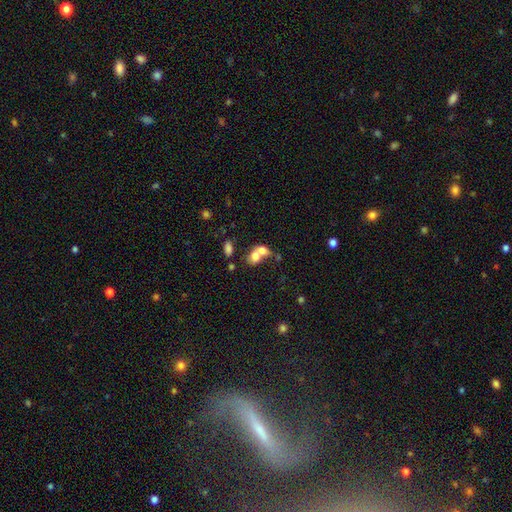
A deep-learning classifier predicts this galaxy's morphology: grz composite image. It shows a smooth galaxy with no disk features (70%) that is in between round and cigar-shaped (59%). Merging: merger (69%).